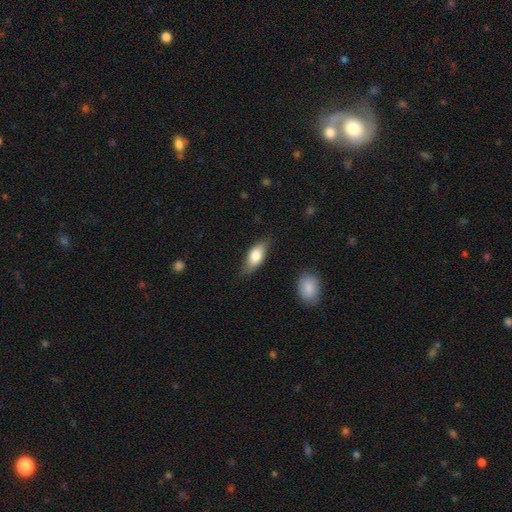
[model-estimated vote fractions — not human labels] Smooth or featured?
  - smooth: 75% *
  - featured or disk: 19%
  - star or artifact: 6%
How rounded?
  - in between: 82% *
  - cigar-shaped: 15%
  - round: 3%
Merging?
  - none: 77% *
  - minor disturbance: 18%
  - major disturbance: 4%
  - merger: 2%